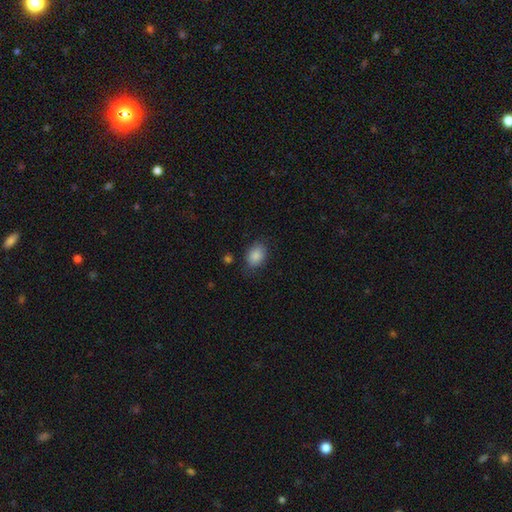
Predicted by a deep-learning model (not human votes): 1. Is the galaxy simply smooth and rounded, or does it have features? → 87% smooth, 8% star or artifact, 5% featured or disk.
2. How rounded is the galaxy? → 75% in between, 24% round, 1% cigar-shaped.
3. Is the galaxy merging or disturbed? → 77% none, 17% minor disturbance, 5% major disturbance, 2% merger.